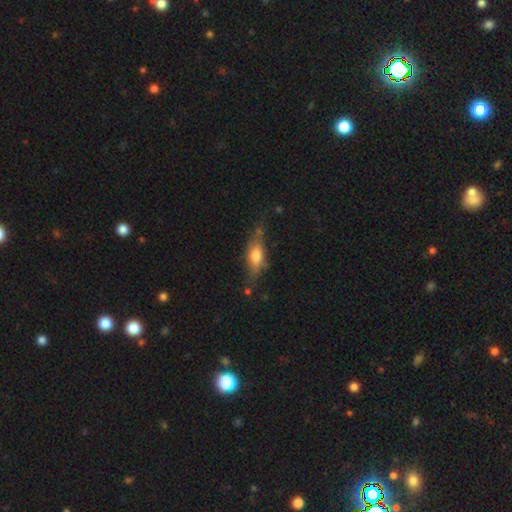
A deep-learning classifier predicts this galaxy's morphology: A smooth galaxy with no disk features (56%) that is in between round and cigar-shaped (56%).

Vote fractions:
- Smooth or featured? smooth: 56% / featured or disk: 36% / star or artifact: 8%
- How rounded? in between: 56% / cigar-shaped: 40% / round: 4%
- Merging? none: 63% / minor disturbance: 24% / major disturbance: 9% / merger: 5%